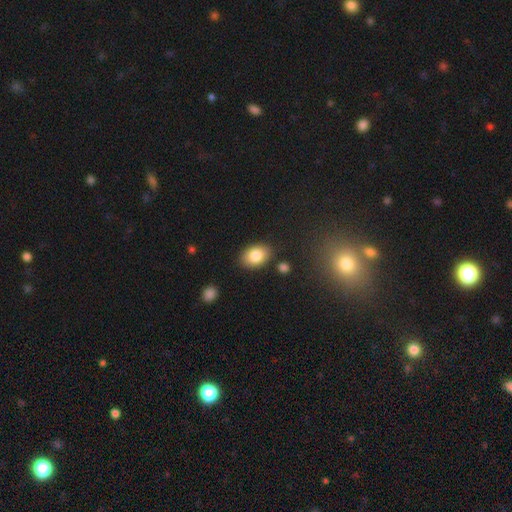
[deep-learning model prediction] Smooth or featured? Predicted: smooth (p=0.84). How rounded? Predicted: in between (p=0.85). Merging? Predicted: none (p=0.83).